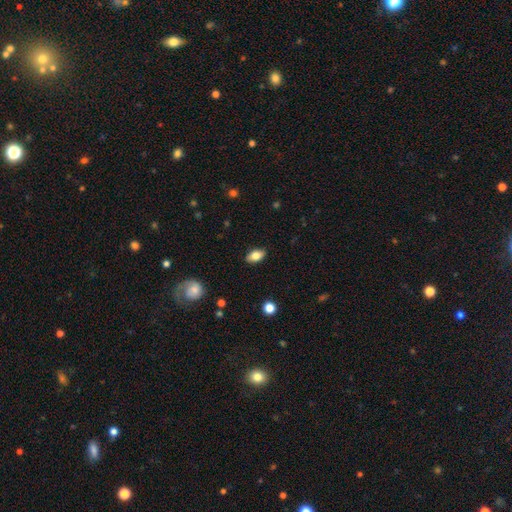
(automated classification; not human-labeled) A smooth galaxy with no disk features (79%) that is in between round and cigar-shaped (90%). Merging: none (88%).